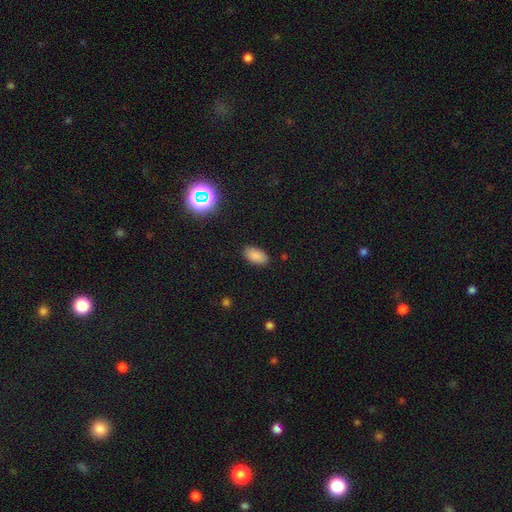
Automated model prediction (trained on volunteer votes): smooth 84%, star or artifact 11%, featured or disk 5%. Down the decision tree: how rounded — in between (94%); merging — none (87%).